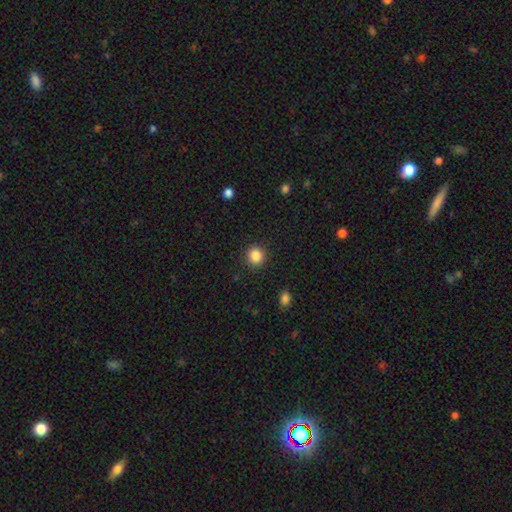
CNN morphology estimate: smooth 86%, star or artifact 10%, featured or disk 4%. Down the decision tree: how rounded — round (89%); merging — none (91%).